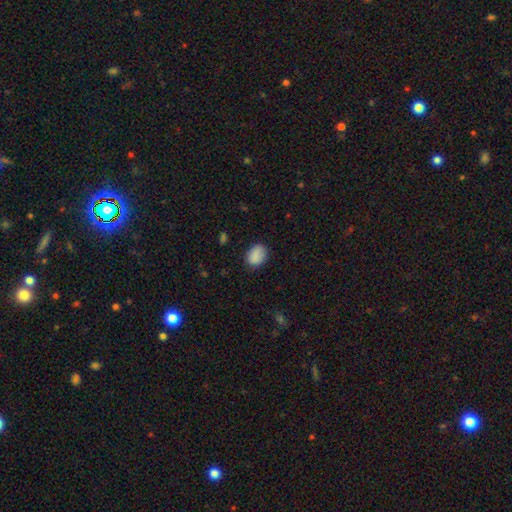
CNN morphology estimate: smooth_or_featured: smooth (p=0.87) [alt: star or artifact p=0.08]
how_rounded: in between (p=0.69) [alt: round p=0.30]
merging: none (p=0.80) [alt: minor disturbance p=0.16]